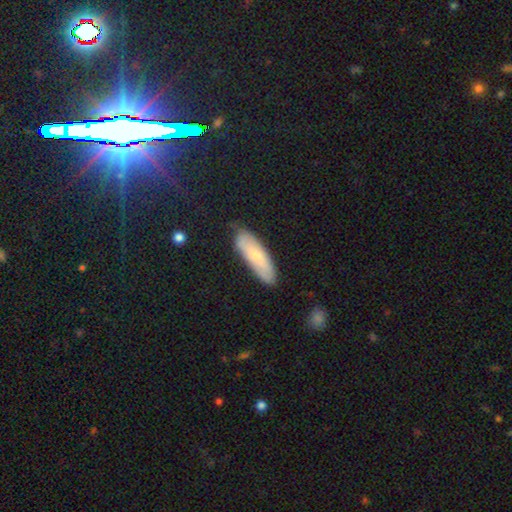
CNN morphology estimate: Smooth or featured? Predicted: smooth (p=0.74). How rounded? Predicted: cigar-shaped (p=0.52). Merging? Predicted: none (p=0.77).